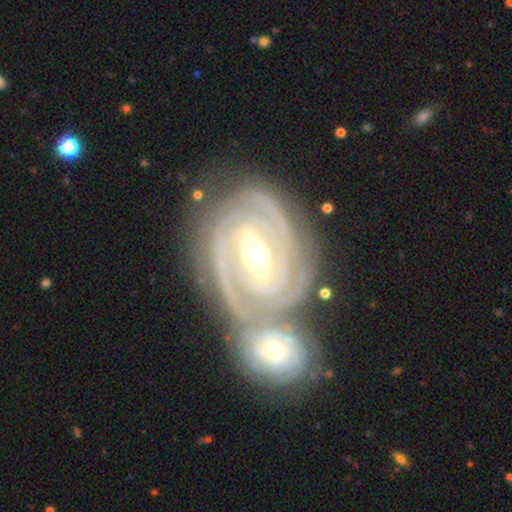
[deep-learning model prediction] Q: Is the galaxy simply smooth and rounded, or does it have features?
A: featured or disk — 92%.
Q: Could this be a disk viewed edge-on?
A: no — 97%.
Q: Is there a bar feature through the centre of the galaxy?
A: strong — 60%.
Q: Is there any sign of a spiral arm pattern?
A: yes — 98%.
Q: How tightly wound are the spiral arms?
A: tight — 78%.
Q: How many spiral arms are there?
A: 2 — 45%.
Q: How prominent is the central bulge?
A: moderate — 72%.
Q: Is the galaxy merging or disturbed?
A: merger — 50%.